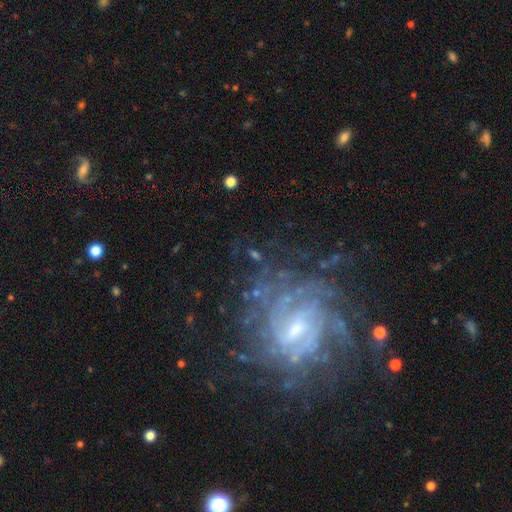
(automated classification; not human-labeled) featured or disk 80%, star or artifact 11%, smooth 8%. Down the decision tree: edge-on disk — no (97%); bar — weak (50%); spiral arms — yes (90%); spiral arm count — can't tell (42%); spiral winding — tight (56%); bulge size — small (57%); merging — none (64%).